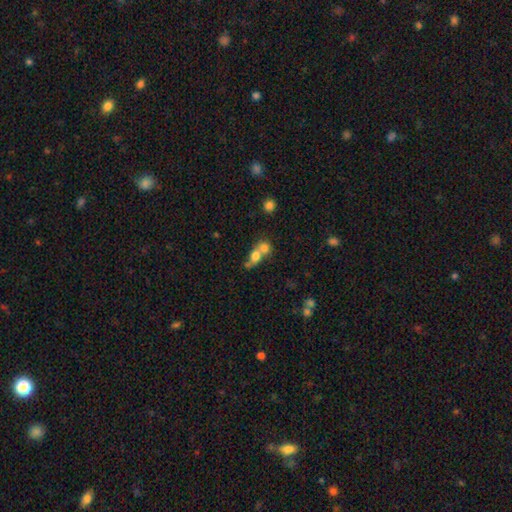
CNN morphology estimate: smooth-or-featured: smooth: 70% | featured or disk: 19% | star or artifact: 10%
  how-rounded: round: 54% | in between: 42% | cigar-shaped: 4%
  merging: merger: 71% | none: 19% | minor disturbance: 6% | major disturbance: 4%